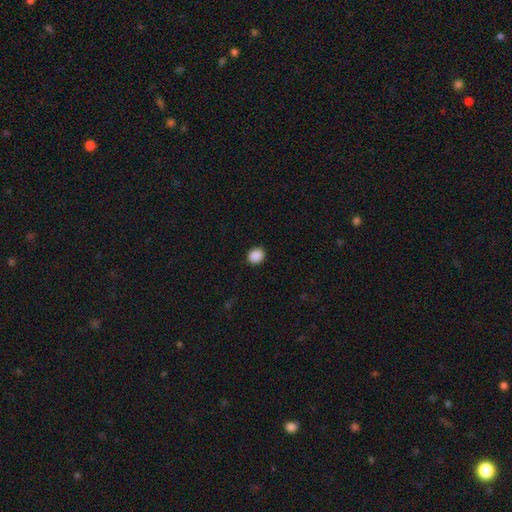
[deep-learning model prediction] smooth 89%, star or artifact 9%, featured or disk 2%. Down the decision tree: how rounded — round (64%); merging — none (90%).